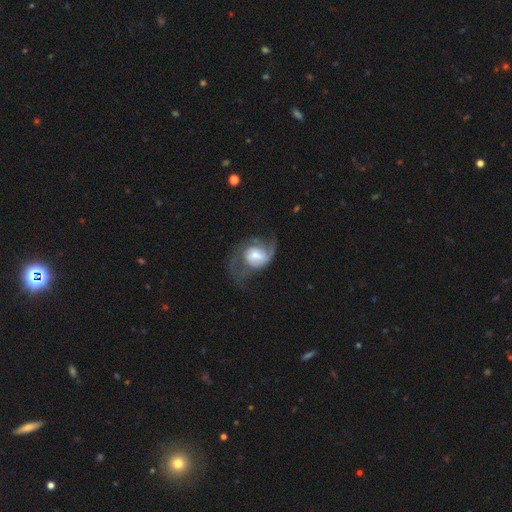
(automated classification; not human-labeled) Smooth or featured? featured or disk (69%)
Edge-on disk? no (97%)
Bar? no (48%)
Spiral arms? yes (87%)
Spiral winding? medium (43%)
Spiral arm count? 2 (58%)
Bulge size? moderate (42%)
Merging? major disturbance (42%)